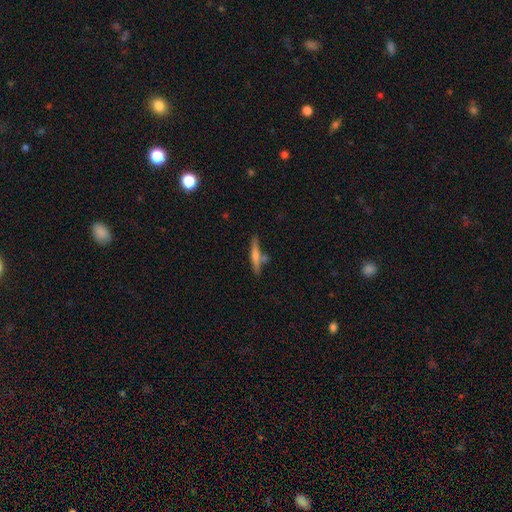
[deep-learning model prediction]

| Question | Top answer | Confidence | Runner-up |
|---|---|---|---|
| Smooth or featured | smooth | 51% | featured or disk (42%) |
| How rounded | cigar-shaped | 89% | in between (9%) |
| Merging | none | 70% | merger (13%) |